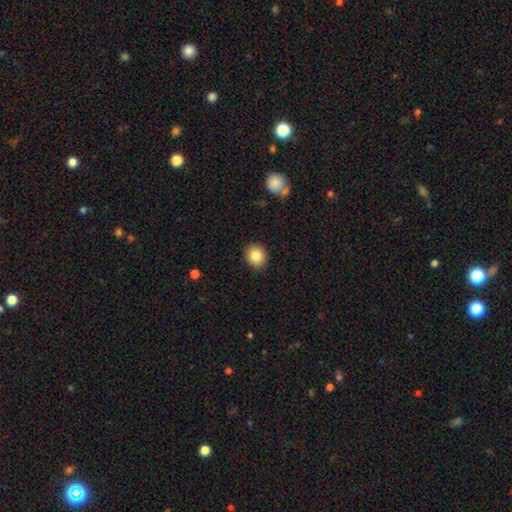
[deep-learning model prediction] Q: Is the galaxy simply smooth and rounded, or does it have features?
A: smooth — 84%.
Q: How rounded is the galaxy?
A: round — 72%.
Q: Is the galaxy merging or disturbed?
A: none — 90%.